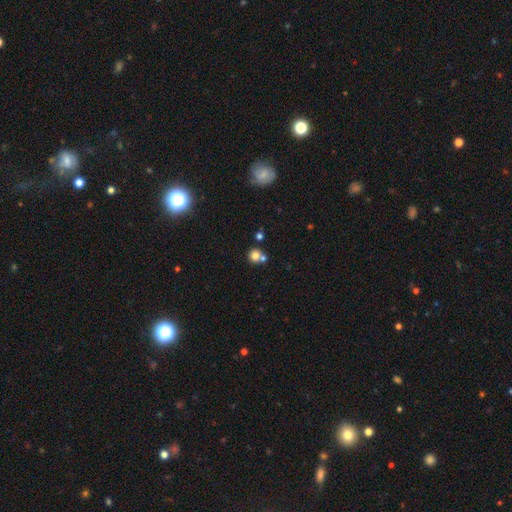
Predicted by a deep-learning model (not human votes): Smooth or featured: smooth — 77% (star or artifact — 13%)
How rounded: round — 89% (in between — 10%)
Merging: none — 53% (merger — 36%)